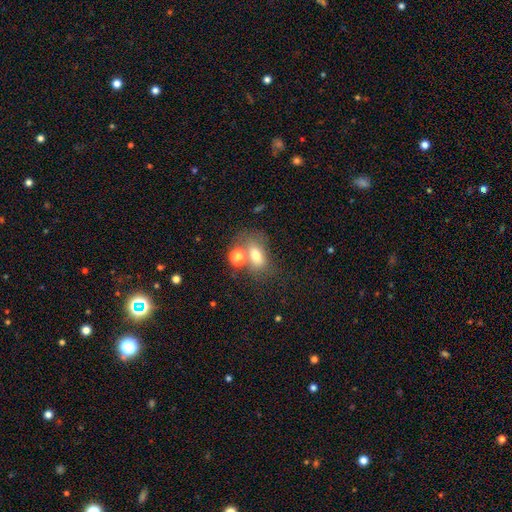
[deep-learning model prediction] smooth 71%, featured or disk 16%, star or artifact 13%. Down the decision tree: how rounded — in between (75%); merging — none (44%).